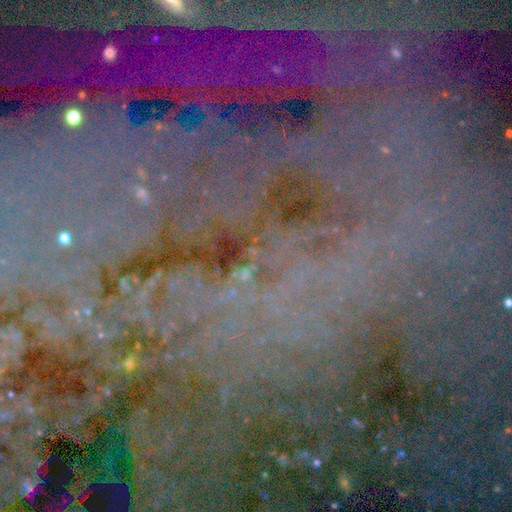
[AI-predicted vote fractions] A star or artifact, not a galaxy (83%).

Vote fractions:
- Smooth or featured? star or artifact: 83% / featured or disk: 9% / smooth: 8%